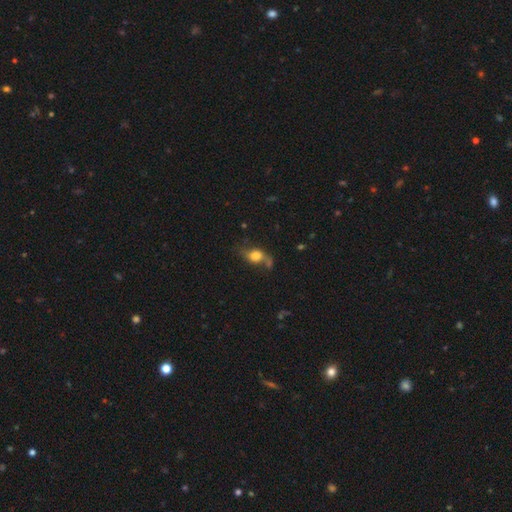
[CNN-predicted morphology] smooth-or-featured: smooth: 65% | featured or disk: 24% | star or artifact: 11%
  how-rounded: in between: 63% | round: 33% | cigar-shaped: 4%
  merging: none: 43% | minor disturbance: 25% | major disturbance: 17% | merger: 15%